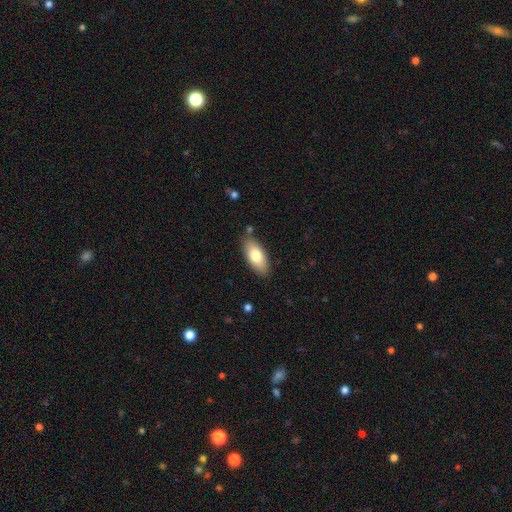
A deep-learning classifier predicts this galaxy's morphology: Q: Smooth or featured?
A: smooth (76%); runner-up: featured or disk (17%)
Q: How rounded?
A: in between (87%); runner-up: cigar-shaped (11%)
Q: Merging?
A: none (84%); runner-up: minor disturbance (11%)